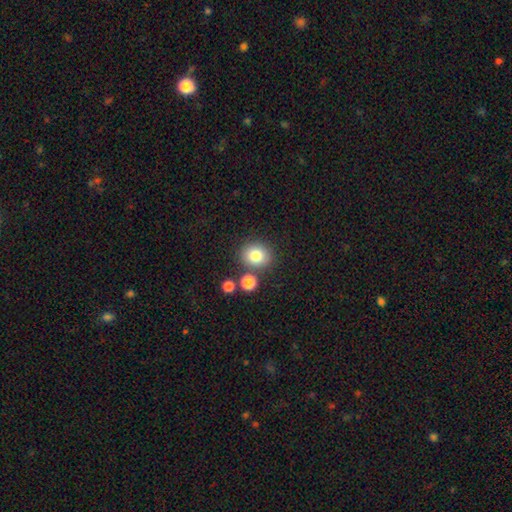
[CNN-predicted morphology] Smooth or featured? smooth (80%)
How rounded? round (76%)
Merging? none (78%)